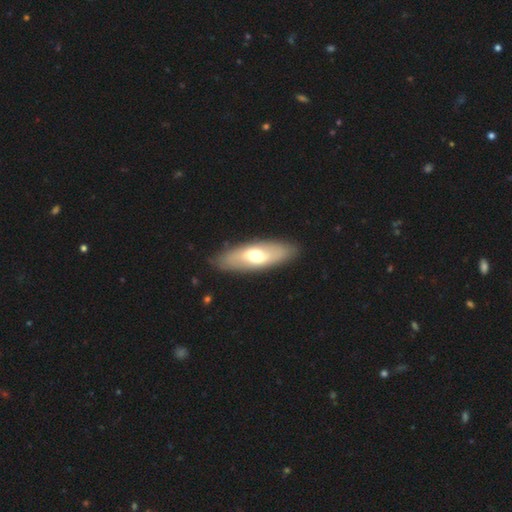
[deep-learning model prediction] smooth-or-featured: smooth: 48% | featured or disk: 47% | star or artifact: 5%
  merging: none: 87% | minor disturbance: 9% | major disturbance: 3% | merger: 1%